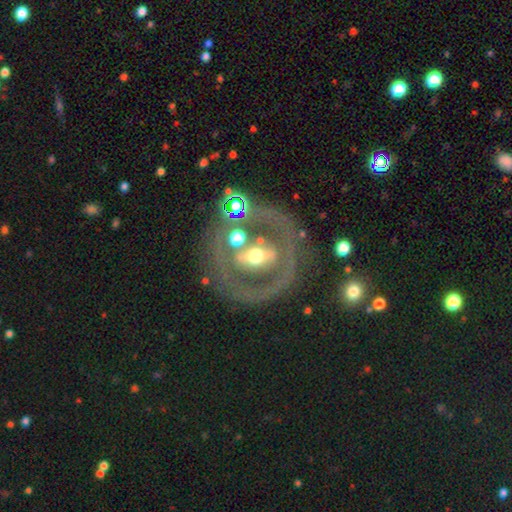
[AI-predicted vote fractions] Smooth or featured?
  - featured or disk: 73% *
  - smooth: 19%
  - star or artifact: 8%
Edge-on disk?
  - no: 93% *
  - yes: 7%
Bar?
  - strong: 42% *
  - no: 30%
  - weak: 28%
Spiral arms?
  - no: 67% *
  - yes: 33%
Bulge size?
  - moderate: 68% *
  - small: 18%
  - large: 10%
  - dominant: 2%
  - none: 1%
Merging?
  - none: 65% *
  - minor disturbance: 14%
  - major disturbance: 13%
  - merger: 8%